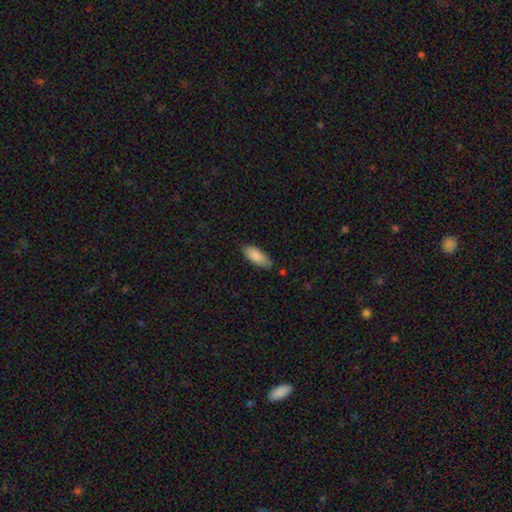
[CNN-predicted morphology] type=smooth (87%); roundness=in between (74%); merging=none (80%).